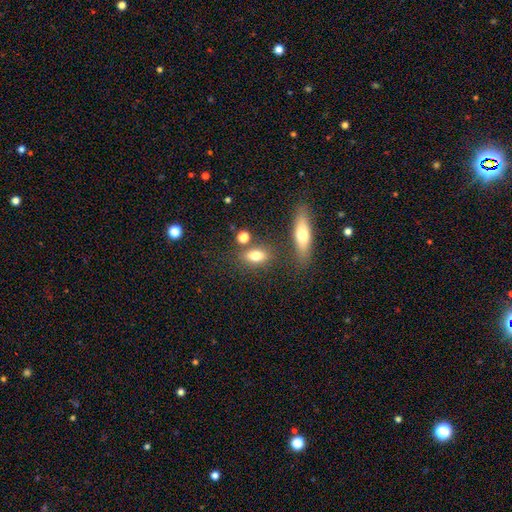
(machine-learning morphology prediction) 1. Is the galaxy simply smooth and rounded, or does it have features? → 75% smooth, 15% featured or disk, 10% star or artifact.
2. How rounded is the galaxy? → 75% in between, 13% round, 12% cigar-shaped.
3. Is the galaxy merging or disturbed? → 71% none, 13% minor disturbance, 12% merger, 4% major disturbance.